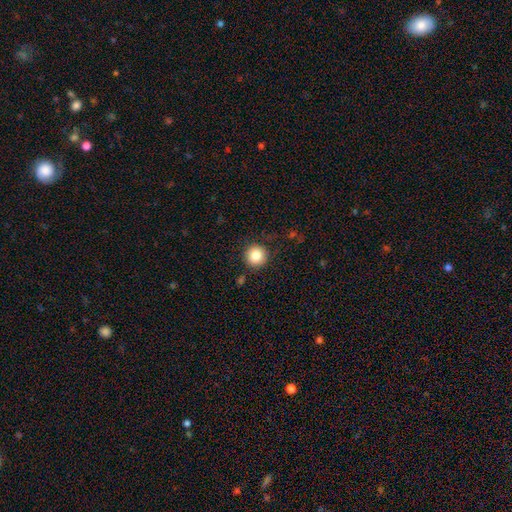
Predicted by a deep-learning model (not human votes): smooth 84%, star or artifact 10%, featured or disk 6%. Down the decision tree: how rounded — round (95%); merging — none (89%).